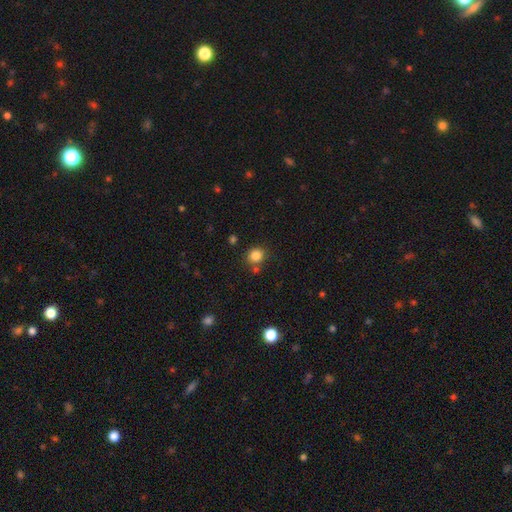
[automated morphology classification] A smooth galaxy with no disk features (83%) that is round (80%).

Vote fractions:
- Smooth or featured? smooth: 83% / star or artifact: 12% / featured or disk: 5%
- How rounded? round: 80% / in between: 19% / cigar-shaped: 1%
- Merging? none: 74% / merger: 11% / minor disturbance: 11% / major disturbance: 3%